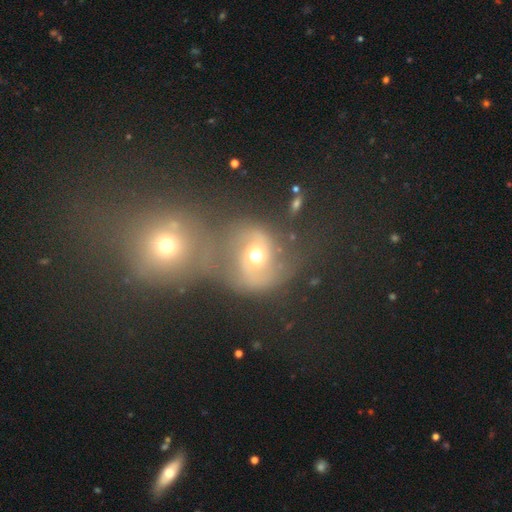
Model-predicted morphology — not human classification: Smooth or featured: featured or disk — 57% (smooth — 28%)
Edge-on disk: no — 97% (yes — 3%)
Bar: no — 64% (weak — 27%)
Spiral arms: yes — 83% (no — 17%)
Bulge size: moderate — 64% (small — 25%)
Merging: merger — 48% (none — 34%)